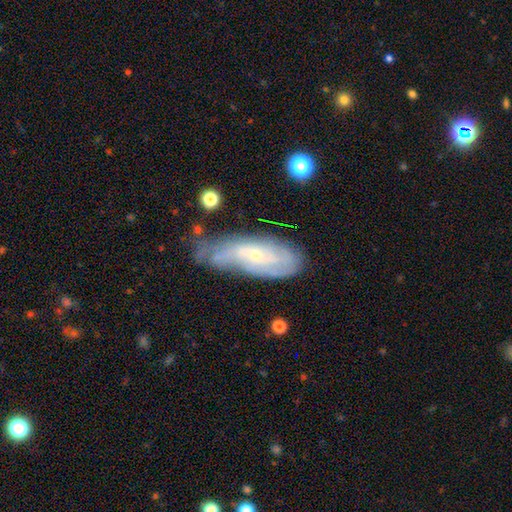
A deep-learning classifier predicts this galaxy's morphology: Smooth or featured?
  - featured or disk: 71% *
  - smooth: 22%
  - star or artifact: 7%
Edge-on disk?
  - no: 88% *
  - yes: 12%
Bar?
  - no: 57% *
  - weak: 34%
  - strong: 9%
Spiral arms?
  - yes: 86% *
  - no: 14%
Spiral winding?
  - tight: 52% *
  - medium: 35%
  - loose: 13%
Spiral arm count?
  - can't tell: 50% *
  - 2: 23%
  - 3: 12%
  - 4: 7%
  - 1: 4%
  - more than 4: 3%
Bulge size?
  - small: 72% *
  - moderate: 23%
  - none: 3%
  - large: 1%
  - dominant: 1%
Merging?
  - none: 51% *
  - minor disturbance: 32%
  - major disturbance: 13%
  - merger: 4%